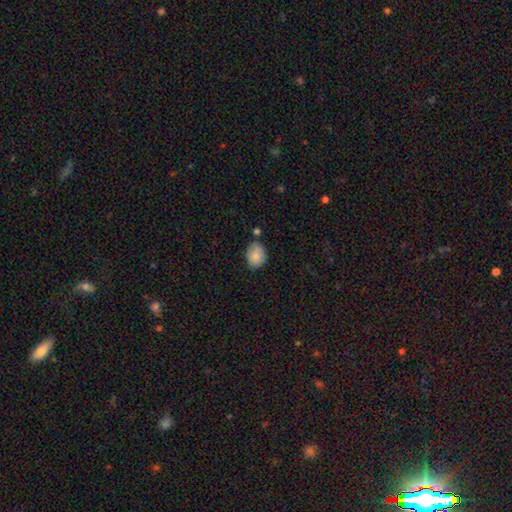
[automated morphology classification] type=smooth (86%); roundness=in between (62%); merging=none (67%).